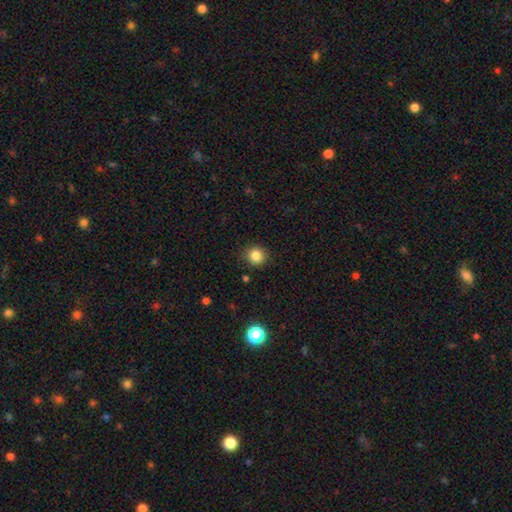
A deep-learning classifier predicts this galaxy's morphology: Q: Smooth or featured?
A: smooth (84%); runner-up: star or artifact (11%)
Q: How rounded?
A: round (91%); runner-up: in between (8%)
Q: Merging?
A: none (88%); runner-up: minor disturbance (8%)